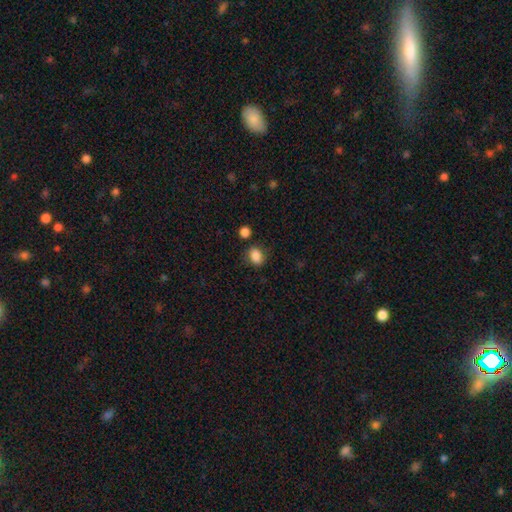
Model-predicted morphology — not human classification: Smooth or featured? smooth (86%)
How rounded? in between (63%)
Merging? none (75%)